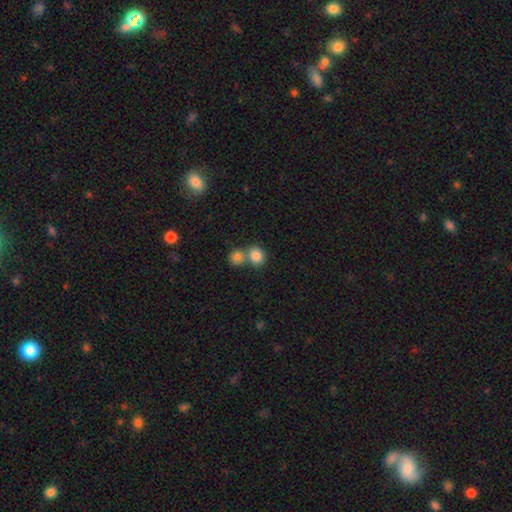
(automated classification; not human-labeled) Smooth or featured? Predicted: smooth (p=0.84). How rounded? Predicted: round (p=0.76). Merging? Predicted: merger (p=0.46).